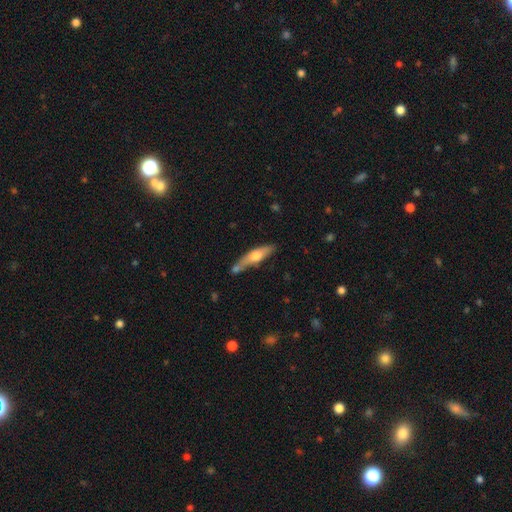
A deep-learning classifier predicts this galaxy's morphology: This is possibly a smooth galaxy (52%). How rounded: likely cigar-shaped (77%). Merging: possibly none (57%).